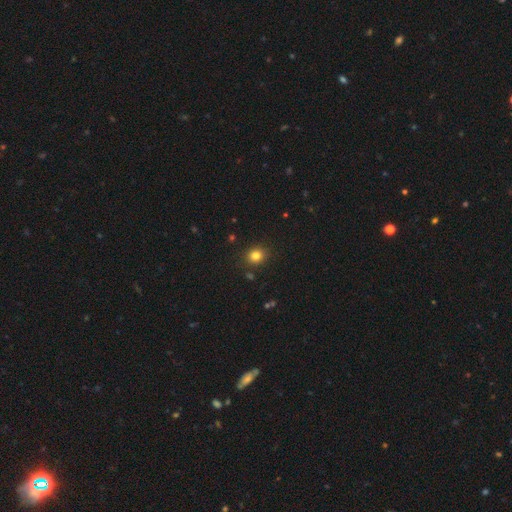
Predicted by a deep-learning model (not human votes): smooth 81%, star or artifact 13%, featured or disk 6%. Down the decision tree: how rounded — round (75%); merging — none (87%).